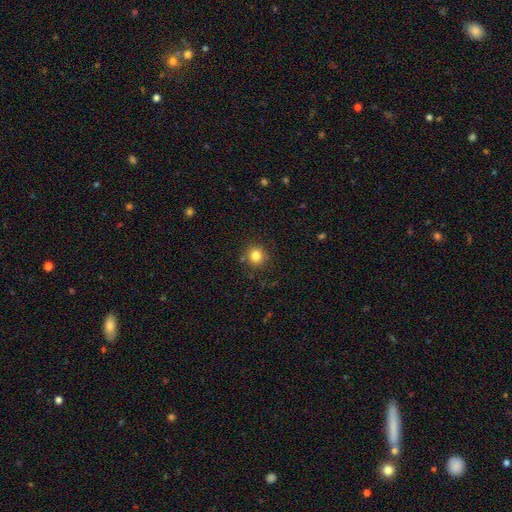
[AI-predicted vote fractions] This is clearly a smooth galaxy (82%). How rounded: clearly round (93%). Merging: clearly none (86%).